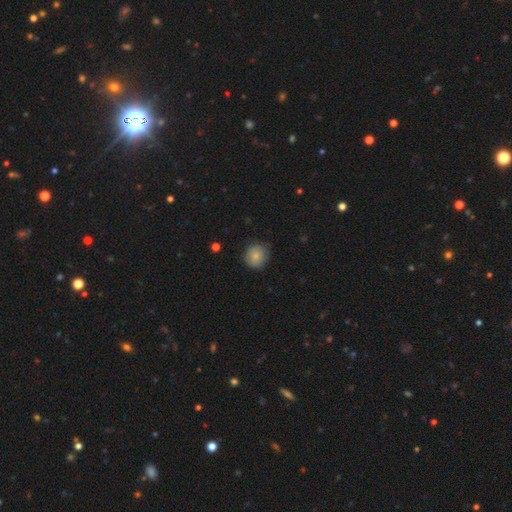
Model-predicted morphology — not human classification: smooth 83%, featured or disk 9%, star or artifact 8%. Down the decision tree: how rounded — round (85%); merging — none (79%).